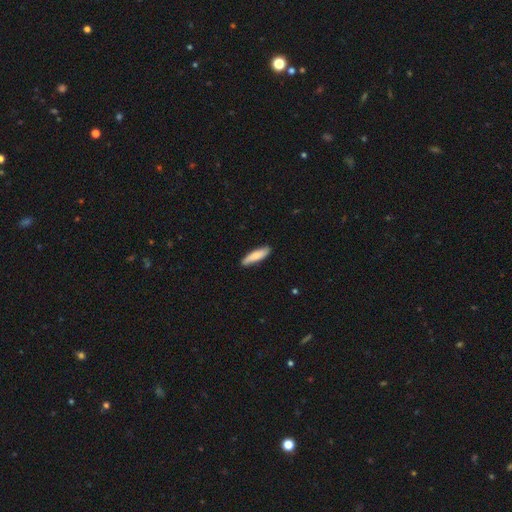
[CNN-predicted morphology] smooth_or_featured: smooth (p=0.79) [alt: featured or disk p=0.15]
how_rounded: cigar-shaped (p=0.72) [alt: in between p=0.27]
merging: none (p=0.86) [alt: minor disturbance p=0.11]